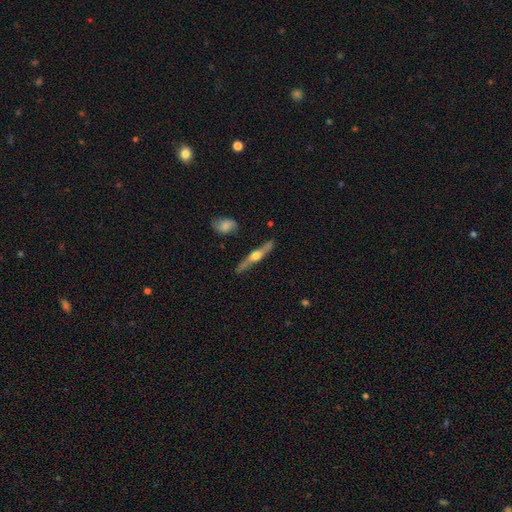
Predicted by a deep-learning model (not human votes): Q: Smooth or featured?
A: featured or disk (70%); runner-up: smooth (25%)
Q: Edge-on disk?
A: yes (96%); runner-up: no (4%)
Q: Edge-on bulge?
A: rounded (93%); runner-up: boxy (4%)
Q: Merging?
A: none (86%); runner-up: minor disturbance (10%)